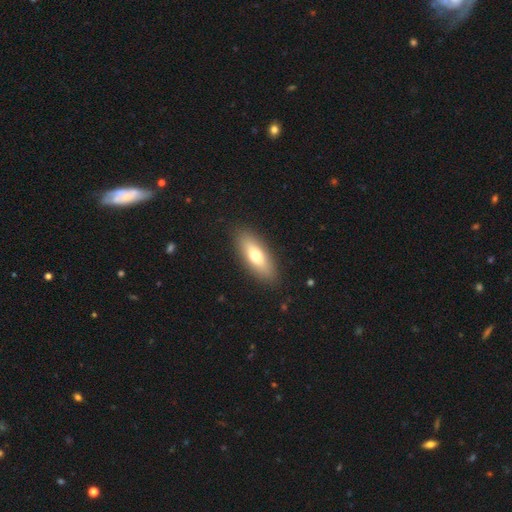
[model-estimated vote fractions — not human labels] This appears to be a smooth galaxy with no disk features (66%) that is in between round and cigar-shaped (64%). Merging: none (88%).